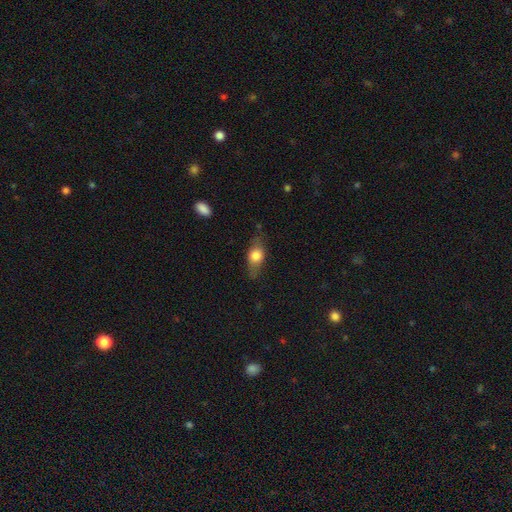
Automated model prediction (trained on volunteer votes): A smooth galaxy with no disk features (66%) that is in between round and cigar-shaped (70%). Merging: none (70%).